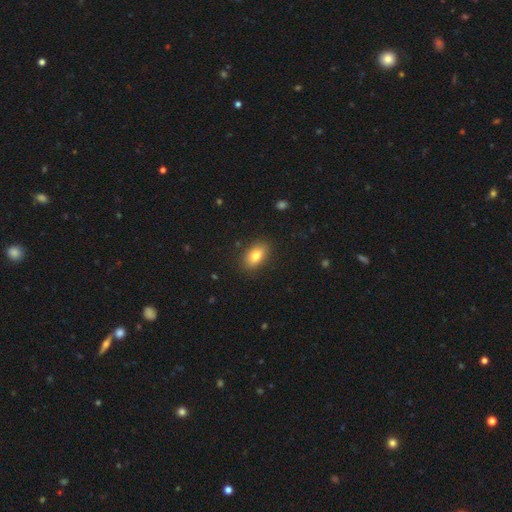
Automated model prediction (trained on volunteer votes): Smooth or featured? Predicted: smooth (p=0.79). How rounded? Predicted: in between (p=0.88). Merging? Predicted: none (p=0.87).